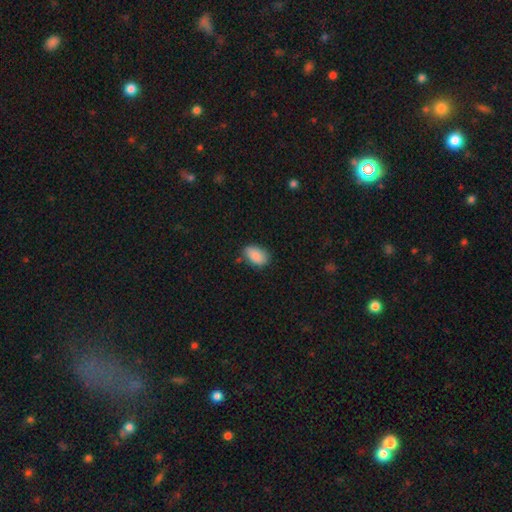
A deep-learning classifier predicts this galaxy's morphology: This appears to be a smooth galaxy with no disk features (87%) that is in between round and cigar-shaped (92%). Merging: none (77%).